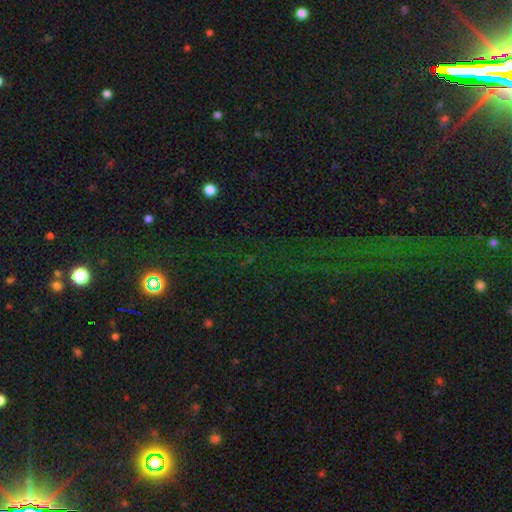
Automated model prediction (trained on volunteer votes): The model was most divided on "smooth or featured": star or artifact: 72%, smooth: 18%, featured or disk: 10%.